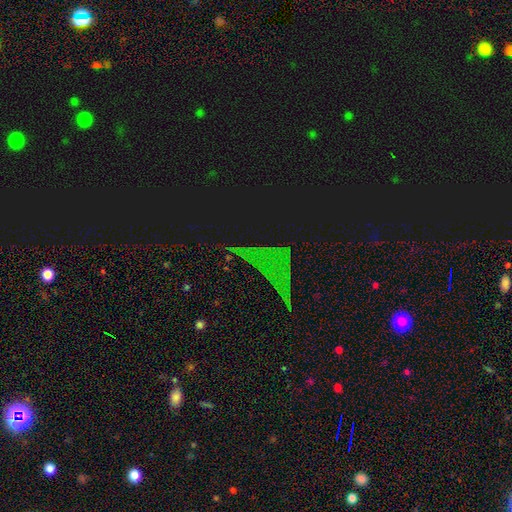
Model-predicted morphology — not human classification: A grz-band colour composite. It shows a star or artifact, not a galaxy (68%).